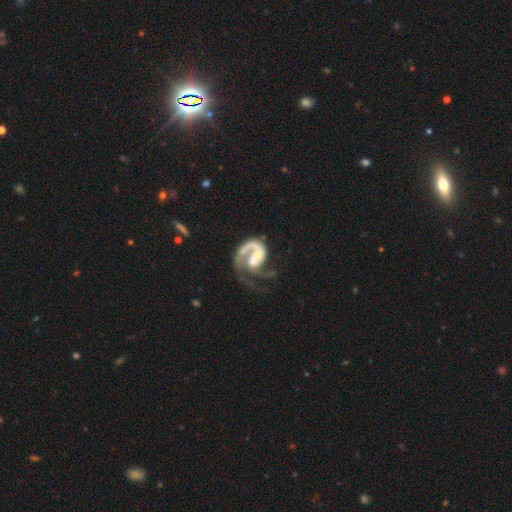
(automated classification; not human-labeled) Smooth or featured? Predicted: featured or disk (p=0.87). Edge-on disk? Predicted: no (p=0.98). Bar? Predicted: no (p=0.50). Spiral arms? Predicted: yes (p=0.94). Spiral winding? Predicted: medium (p=0.44). Spiral arm count? Predicted: 1 (p=0.74). Bulge size? Predicted: moderate (p=0.37). Merging? Predicted: major disturbance (p=0.41).